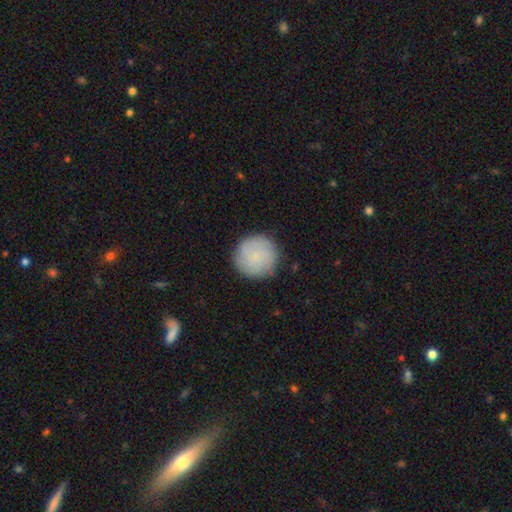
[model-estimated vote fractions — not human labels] smooth_or_featured: smooth (p=0.67) [alt: featured or disk p=0.26]
how_rounded: round (p=0.94) [alt: in between p=0.05]
merging: none (p=0.86) [alt: minor disturbance p=0.10]